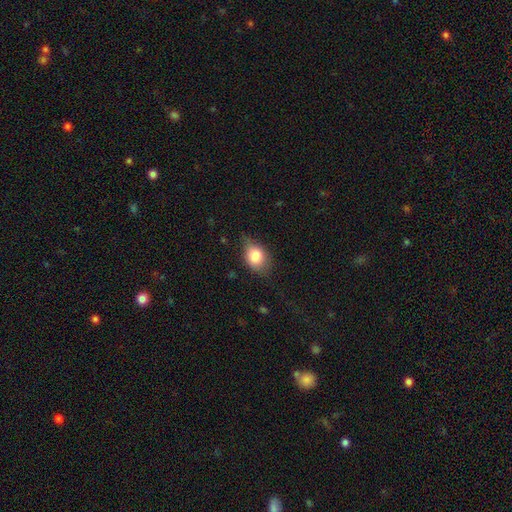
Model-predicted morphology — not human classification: Smooth or featured: smooth — 79% (featured or disk — 13%)
How rounded: in between — 68% (round — 30%)
Merging: none — 59% (minor disturbance — 31%)